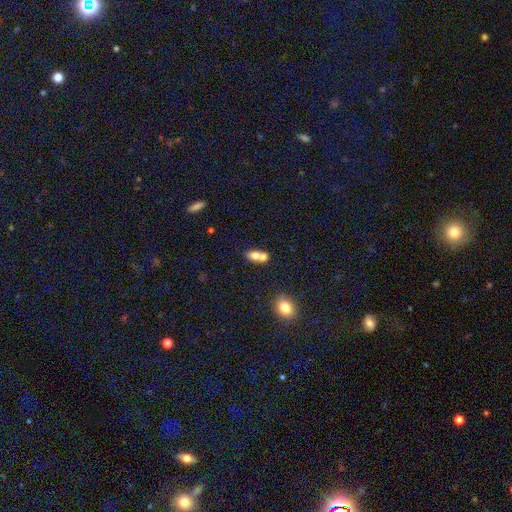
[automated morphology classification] Overall: smooth (73%). How rounded: in between (71%). Merging: merger (64%; none 25%).